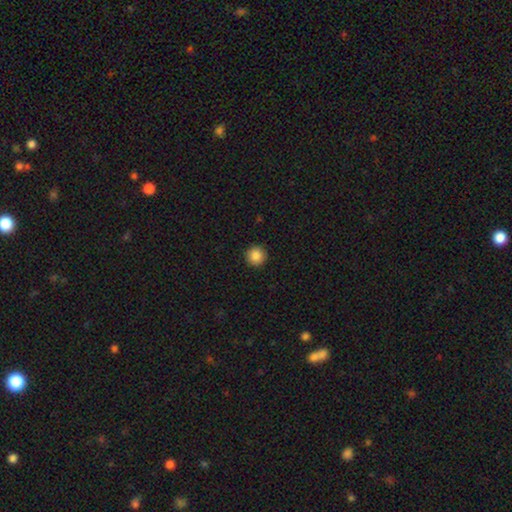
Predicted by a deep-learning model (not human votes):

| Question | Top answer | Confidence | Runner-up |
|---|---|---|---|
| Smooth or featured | smooth | 86% | star or artifact (10%) |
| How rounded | round | 96% | in between (3%) |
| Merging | none | 93% | minor disturbance (5%) |